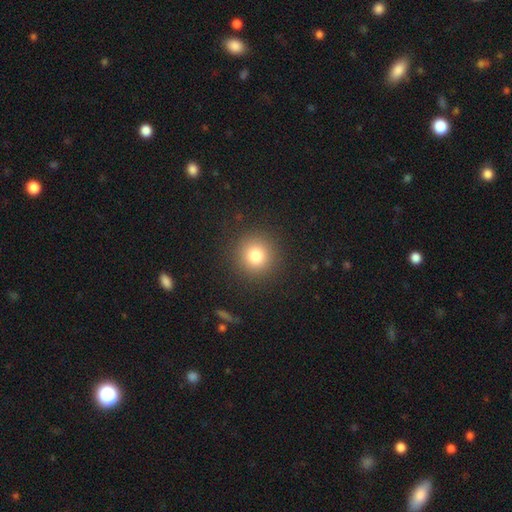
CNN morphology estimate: A smooth galaxy with no disk features (80%) that is round (94%).

Vote fractions:
- Smooth or featured? smooth: 80% / star or artifact: 12% / featured or disk: 8%
- How rounded? round: 94% / in between: 5% / cigar-shaped: 1%
- Merging? none: 90% / minor disturbance: 6% / major disturbance: 3% / merger: 1%